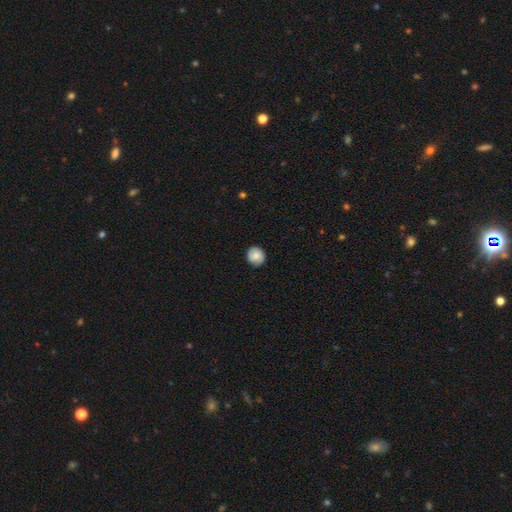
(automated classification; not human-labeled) Q: Smooth or featured?
A: smooth (72%); runner-up: featured or disk (20%)
Q: How rounded?
A: round (89%); runner-up: in between (10%)
Q: Merging?
A: none (86%); runner-up: minor disturbance (11%)